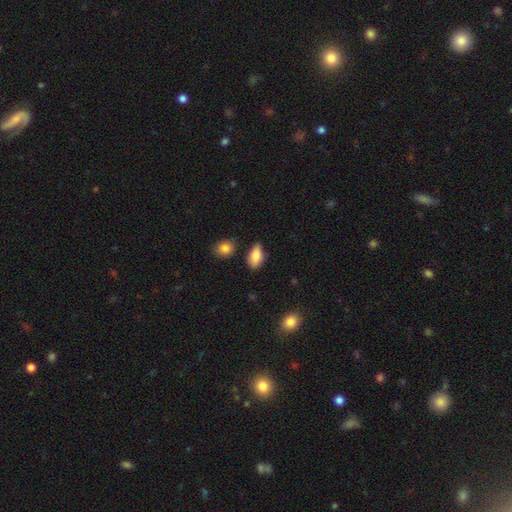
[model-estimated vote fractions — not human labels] This appears to be a smooth galaxy with no disk features (82%) that is in between round and cigar-shaped (90%). Merging: none (70%).